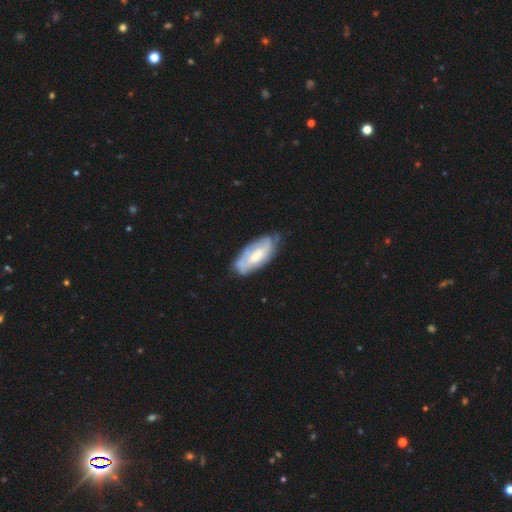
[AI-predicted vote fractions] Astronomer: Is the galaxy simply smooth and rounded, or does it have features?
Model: featured or disk — 55% (runner-up: smooth, 39%).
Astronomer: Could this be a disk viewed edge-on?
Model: no — 88%.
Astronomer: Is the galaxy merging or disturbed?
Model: none — 59%.